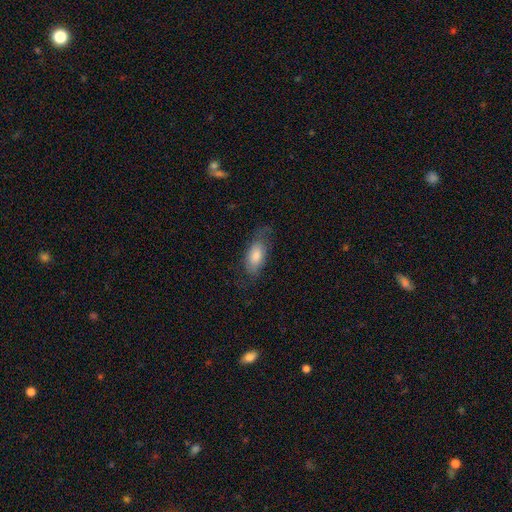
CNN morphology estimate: Overall: smooth (71%). How rounded: in between (85%). Merging: none (61%; minor disturbance 25%).